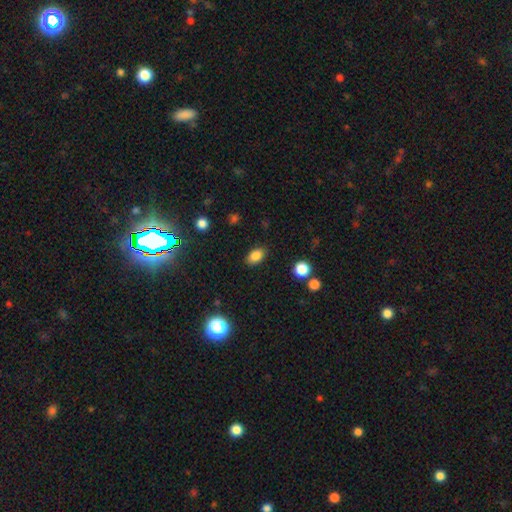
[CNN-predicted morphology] A smooth galaxy with no disk features (84%) that is in between round and cigar-shaped (86%). Merging: none (86%).